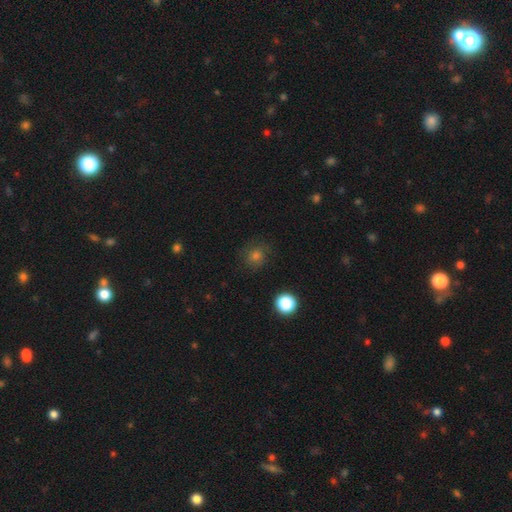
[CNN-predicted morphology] smooth_or_featured: smooth (p=0.67) [alt: star or artifact p=0.21]
how_rounded: round (p=0.85) [alt: in between p=0.14]
merging: none (p=0.78) [alt: minor disturbance p=0.14]